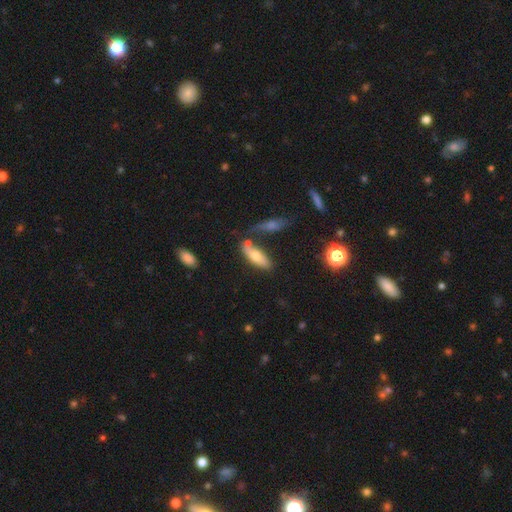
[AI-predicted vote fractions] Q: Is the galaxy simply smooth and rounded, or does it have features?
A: smooth — 66%.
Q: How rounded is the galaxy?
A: in between — 64%.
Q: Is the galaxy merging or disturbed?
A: none — 53%.